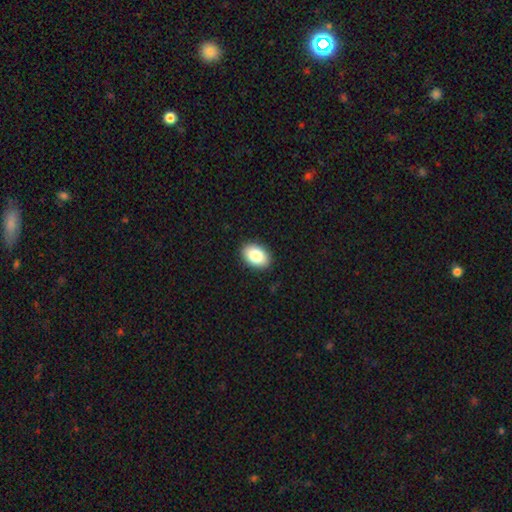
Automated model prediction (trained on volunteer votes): This is clearly a smooth galaxy (85%). How rounded: clearly in between (85%). Merging: clearly none (91%).